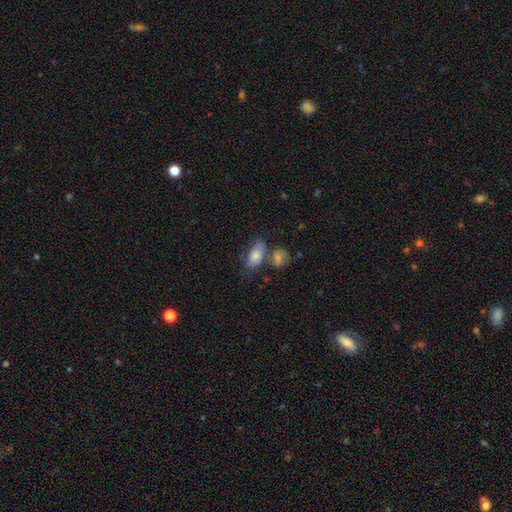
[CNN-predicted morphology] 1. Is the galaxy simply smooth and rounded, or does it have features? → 78% smooth, 15% featured or disk, 7% star or artifact.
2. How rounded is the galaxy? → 90% in between, 6% round, 4% cigar-shaped.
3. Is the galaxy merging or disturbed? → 45% none, 31% merger, 17% minor disturbance, 7% major disturbance.